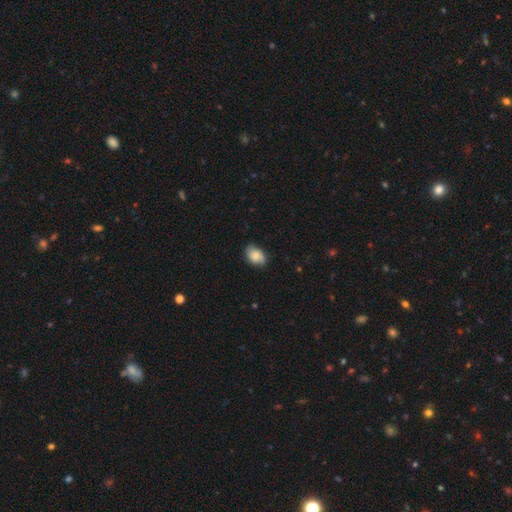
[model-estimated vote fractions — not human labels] A smooth galaxy with no disk features (77%) that is in between round and cigar-shaped (85%).

Vote fractions:
- Smooth or featured? smooth: 77% / featured or disk: 15% / star or artifact: 7%
- How rounded? in between: 85% / round: 14% / cigar-shaped: 1%
- Merging? none: 78% / minor disturbance: 18% / major disturbance: 3% / merger: 1%